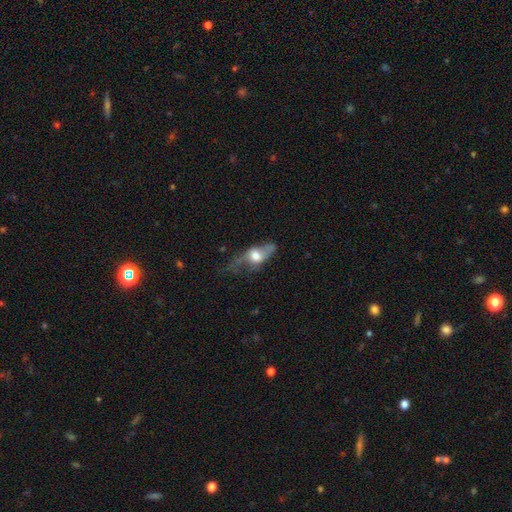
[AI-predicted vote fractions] Morphology: type=featured or disk (47%); merging=none (34%).